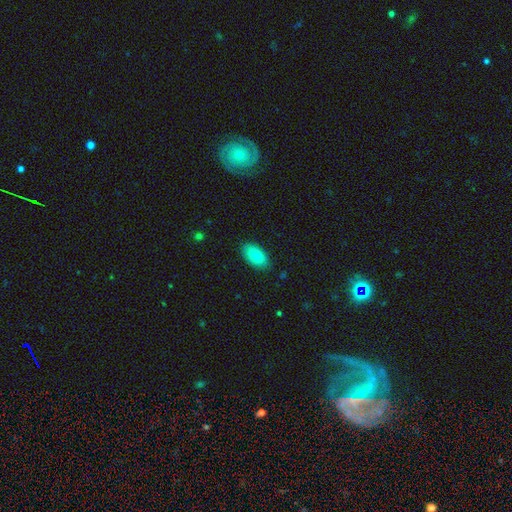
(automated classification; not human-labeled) Smooth or featured? Predicted: smooth (p=0.84). How rounded? Predicted: in between (p=0.95). Merging? Predicted: none (p=0.86).